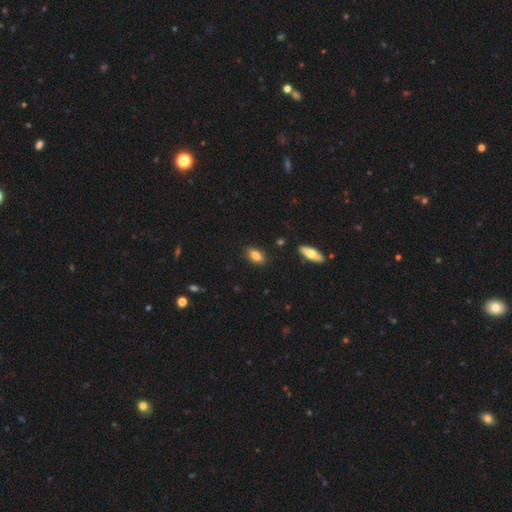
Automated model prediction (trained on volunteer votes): Overall: smooth (82%). How rounded: in between (88%). Merging: none (86%).